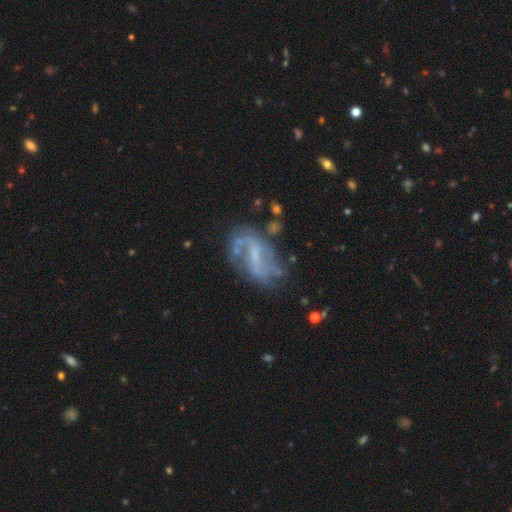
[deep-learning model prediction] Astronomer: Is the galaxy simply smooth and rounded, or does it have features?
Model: featured or disk — 77%.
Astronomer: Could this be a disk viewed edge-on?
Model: no — 96%.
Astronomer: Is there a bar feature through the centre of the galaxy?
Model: weak — 48% (runner-up: strong, 28%).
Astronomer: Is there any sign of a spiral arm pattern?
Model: yes — 77%.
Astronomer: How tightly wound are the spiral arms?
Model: loose — 54% (runner-up: medium, 32%).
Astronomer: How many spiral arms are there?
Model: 2 — 65%.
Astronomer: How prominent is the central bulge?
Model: none — 38%, tied with small at 38%.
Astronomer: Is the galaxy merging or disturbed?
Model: none — 54%.